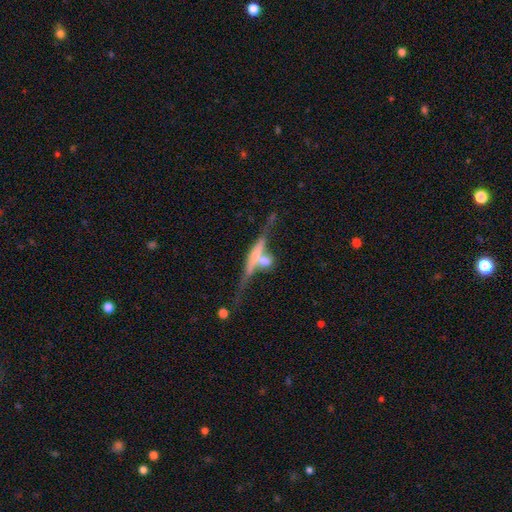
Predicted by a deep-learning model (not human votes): Smooth or featured? featured or disk (70%)
Edge-on disk? yes (84%)
Edge-on bulge? rounded (70%)
Merging? none (41%)